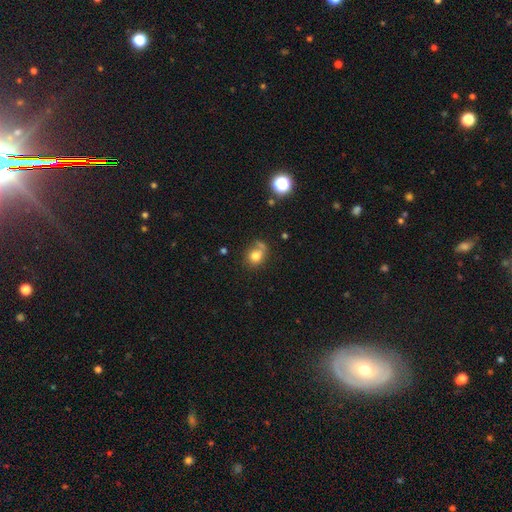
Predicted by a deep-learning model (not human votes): A smooth galaxy with no disk features (76%) that is round (69%). Merging: none (49%).